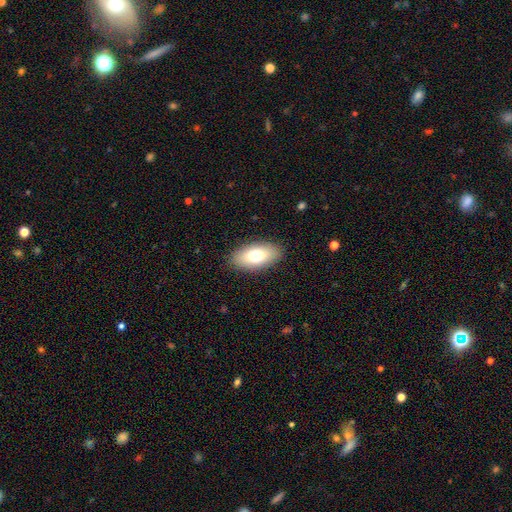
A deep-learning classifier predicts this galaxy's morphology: type=smooth (74%); roundness=in between (91%); merging=none (88%).